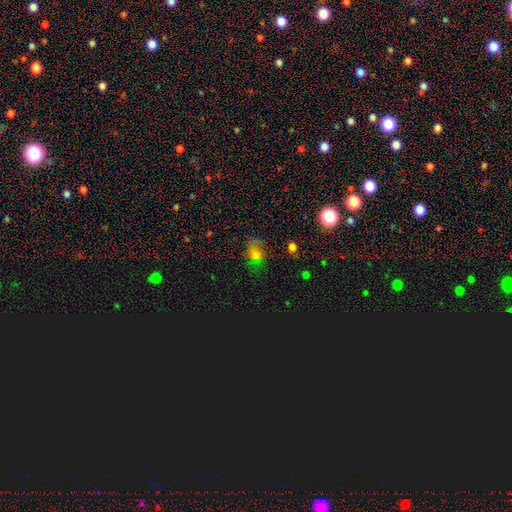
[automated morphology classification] smooth-or-featured: smooth: 49% | star or artifact: 36% | featured or disk: 15%
  merging: none: 52% | minor disturbance: 22% | major disturbance: 18% | merger: 7%